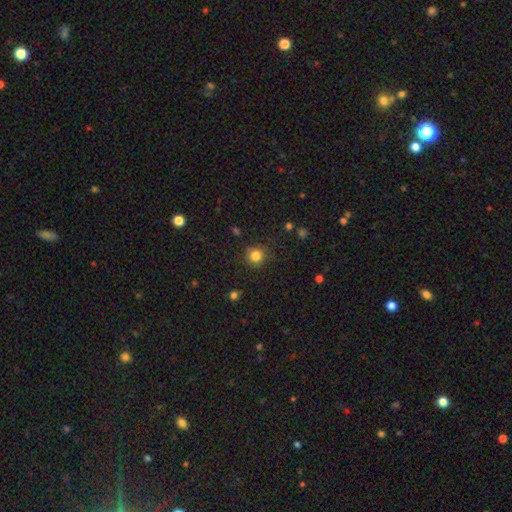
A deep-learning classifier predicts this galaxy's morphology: The model was most divided on "smooth or featured": smooth: 82%, star or artifact: 13%, featured or disk: 5%. More confident: how rounded — round (92%); merging — none (84%).